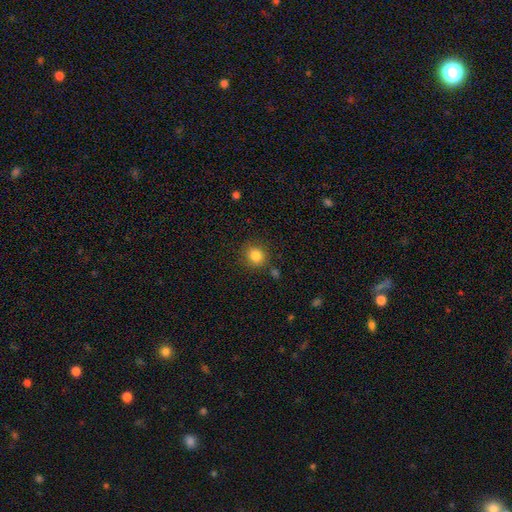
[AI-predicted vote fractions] Morphology: type=smooth (83%); roundness=round (85%); merging=none (82%).